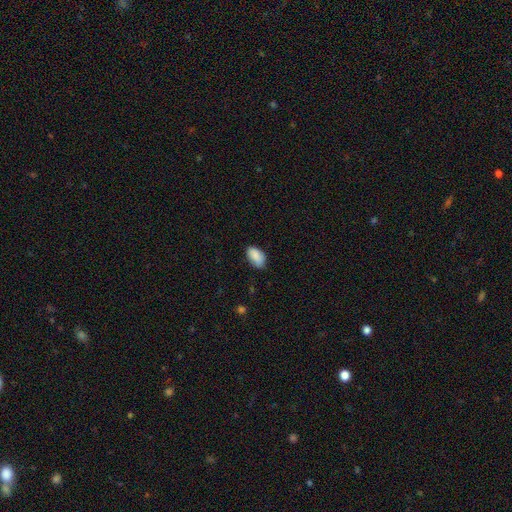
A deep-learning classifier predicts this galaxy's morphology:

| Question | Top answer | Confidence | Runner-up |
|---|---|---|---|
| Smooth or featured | smooth | 87% | star or artifact (7%) |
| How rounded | in between | 93% | round (5%) |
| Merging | none | 73% | minor disturbance (22%) |